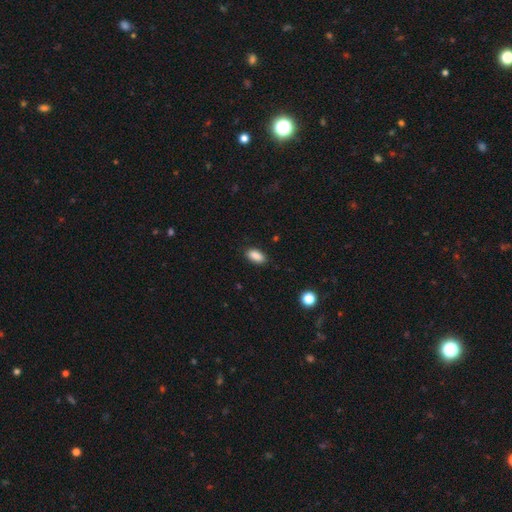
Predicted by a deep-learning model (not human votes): This appears to be a smooth galaxy with no disk features (89%) that is in between round and cigar-shaped (91%). Merging: none (86%).